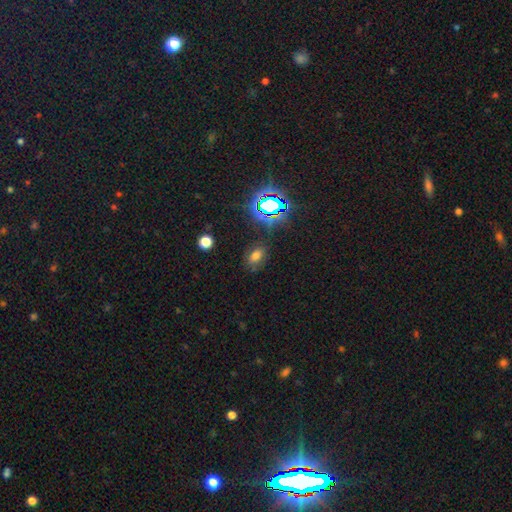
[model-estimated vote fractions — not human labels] Smooth or featured: smooth — 62% (star or artifact — 29%)
How rounded: in between — 84% (round — 14%)
Merging: none — 78% (minor disturbance — 14%)